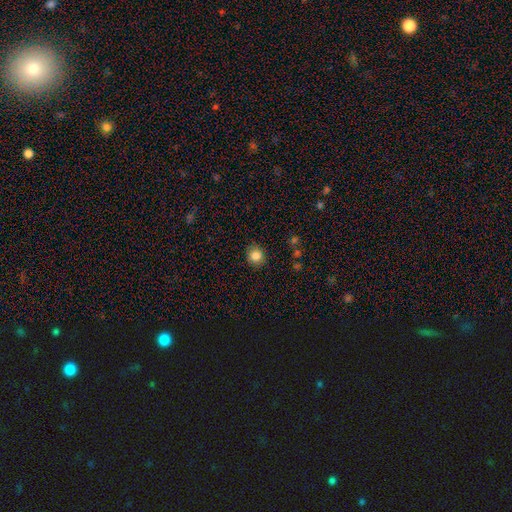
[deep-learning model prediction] Q: Smooth or featured?
A: smooth (84%); runner-up: star or artifact (10%)
Q: How rounded?
A: round (85%); runner-up: in between (14%)
Q: Merging?
A: none (88%); runner-up: minor disturbance (9%)